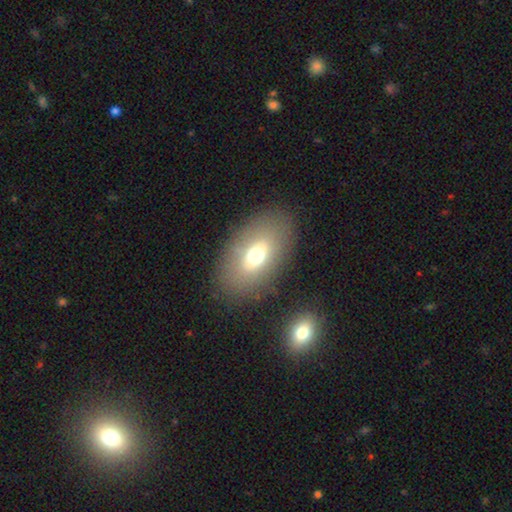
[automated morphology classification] Overall: smooth (62%; featured or disk 27%). How rounded: in between (87%). Merging: none (83%).